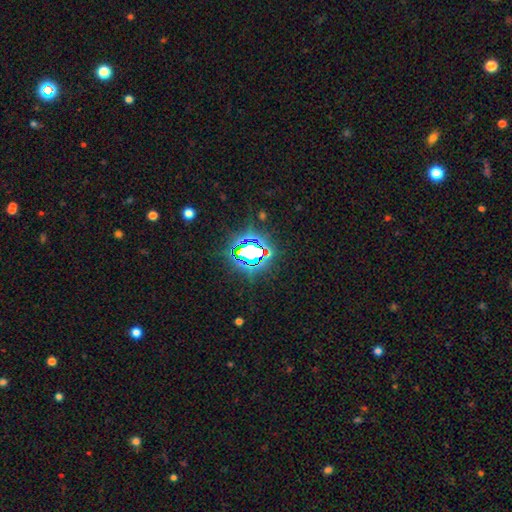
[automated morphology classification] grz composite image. It shows a star or artifact, not a galaxy (74%).